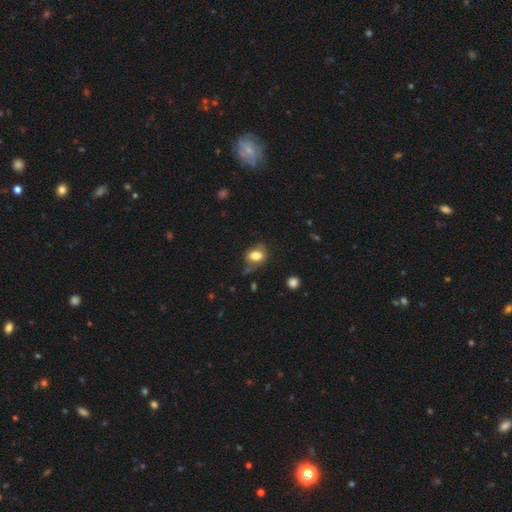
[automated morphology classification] This appears to be a smooth galaxy with no disk features (78%) that is in between round and cigar-shaped (64%). Merging: none (63%).